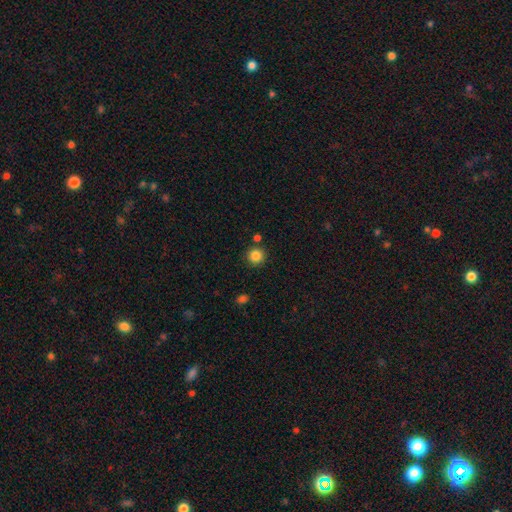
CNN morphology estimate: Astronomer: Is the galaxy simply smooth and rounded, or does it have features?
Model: smooth — 85%.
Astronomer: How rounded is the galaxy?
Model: round — 94%.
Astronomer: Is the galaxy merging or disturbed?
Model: none — 85%.